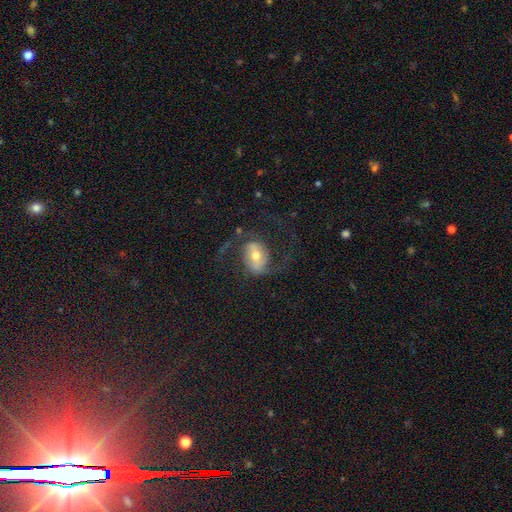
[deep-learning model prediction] Q: Smooth or featured?
A: featured or disk (75%); runner-up: smooth (16%)
Q: Edge-on disk?
A: no (97%); runner-up: yes (3%)
Q: Bar?
A: weak (40%); runner-up: no (32%)
Q: Spiral arms?
A: yes (91%); runner-up: no (9%)
Q: Spiral winding?
A: loose (48%); runner-up: medium (42%)
Q: Spiral arm count?
A: 2 (90%); runner-up: 1 (4%)
Q: Bulge size?
A: moderate (62%); runner-up: small (27%)
Q: Merging?
A: none (64%); runner-up: major disturbance (20%)